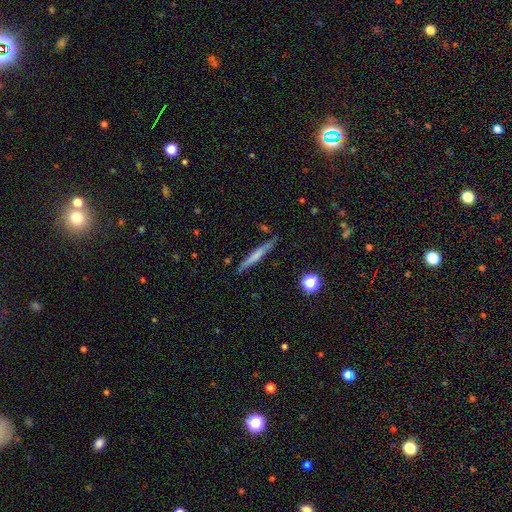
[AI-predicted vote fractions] smooth_or_featured: smooth (p=0.51) [alt: featured or disk p=0.42]
how_rounded: cigar-shaped (p=0.95) [alt: in between p=0.03]
merging: none (p=0.87) [alt: minor disturbance p=0.09]